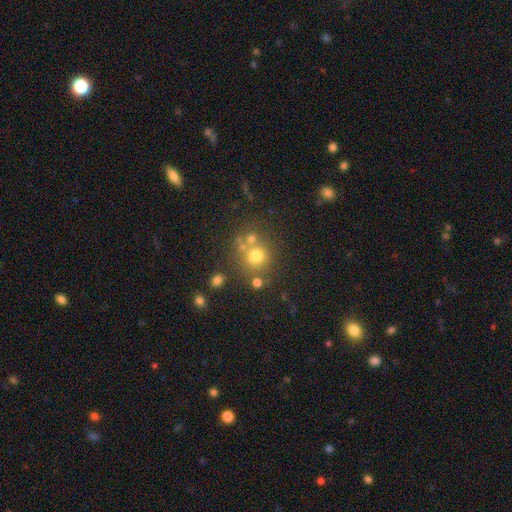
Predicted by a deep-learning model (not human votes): A smooth galaxy with no disk features (67%) that is round (85%).

Vote fractions:
- Smooth or featured? smooth: 67% / star or artifact: 18% / featured or disk: 14%
- How rounded? round: 85% / in between: 14% / cigar-shaped: 1%
- Merging? none: 62% / merger: 21% / minor disturbance: 11% / major disturbance: 6%